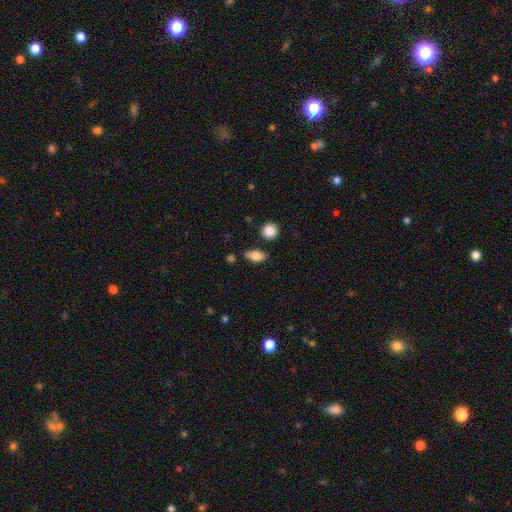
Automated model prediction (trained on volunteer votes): Overall: smooth (79%). How rounded: in between (82%). Merging: none (79%).